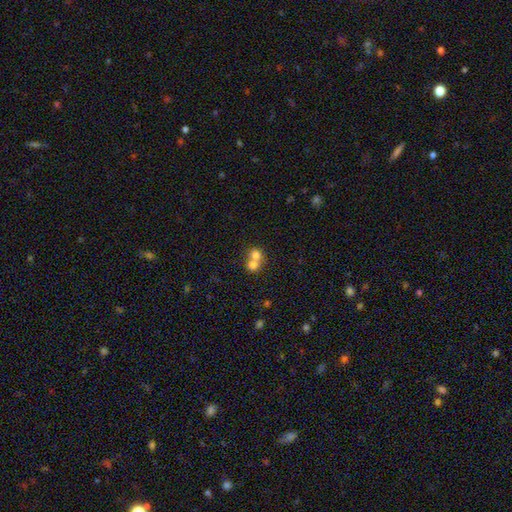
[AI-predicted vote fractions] Smooth or featured? Predicted: smooth (p=0.73). How rounded? Predicted: round (p=0.77). Merging? Predicted: merger (p=0.68).